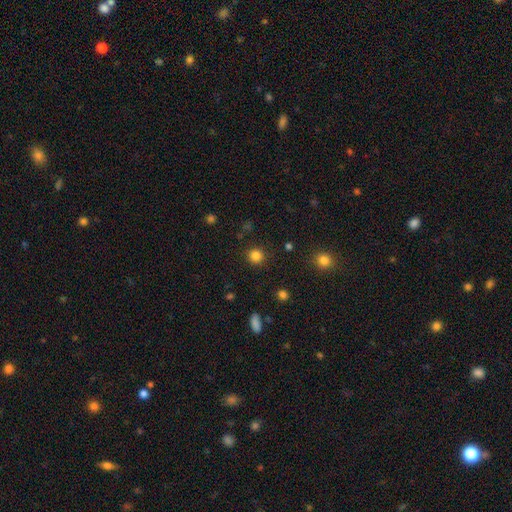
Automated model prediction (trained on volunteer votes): Smooth or featured? smooth (83%)
How rounded? round (94%)
Merging? none (90%)